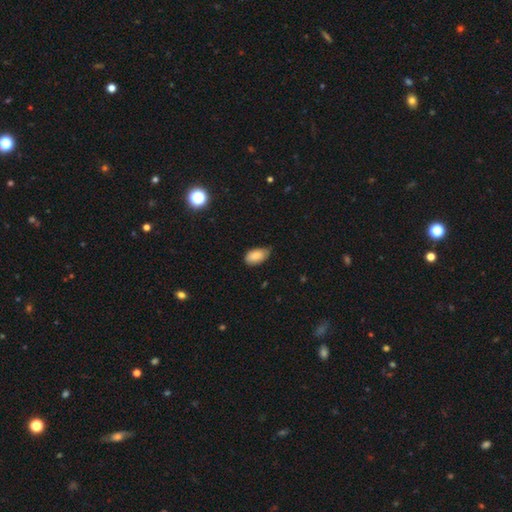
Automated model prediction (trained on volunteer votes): This appears to be a smooth galaxy with no disk features (86%) that is in between round and cigar-shaped (94%). Merging: none (61%).